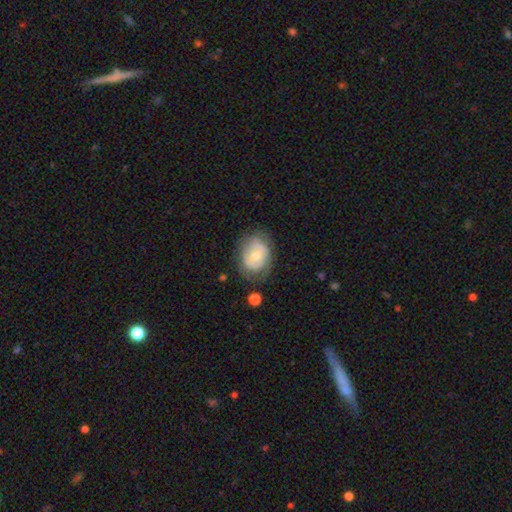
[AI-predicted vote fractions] Smooth or featured? featured or disk (52%)
Edge-on disk? no (95%)
Merging? none (63%)